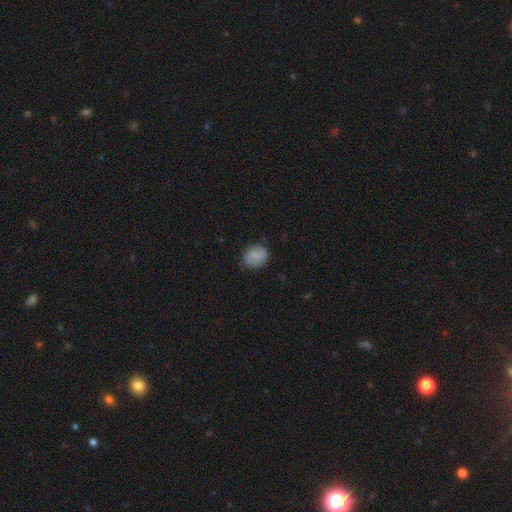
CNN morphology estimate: smooth-or-featured: smooth: 75% | featured or disk: 16% | star or artifact: 8%
  how-rounded: round: 68% | in between: 31% | cigar-shaped: 1%
  merging: none: 80% | minor disturbance: 15% | major disturbance: 4% | merger: 1%